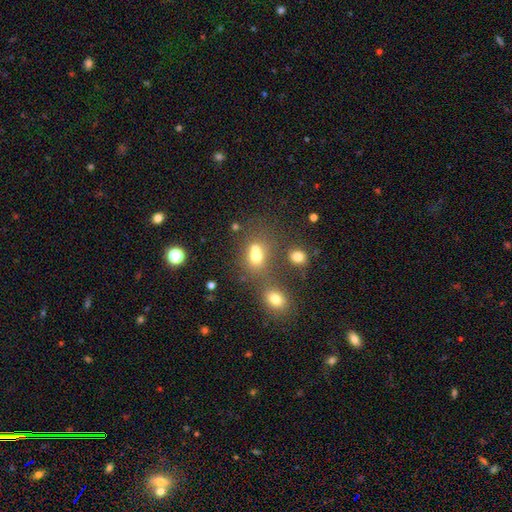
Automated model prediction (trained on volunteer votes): Q: Smooth or featured?
A: smooth (68%); runner-up: star or artifact (18%)
Q: How rounded?
A: round (54%); runner-up: in between (44%)
Q: Merging?
A: merger (46%); runner-up: none (37%)